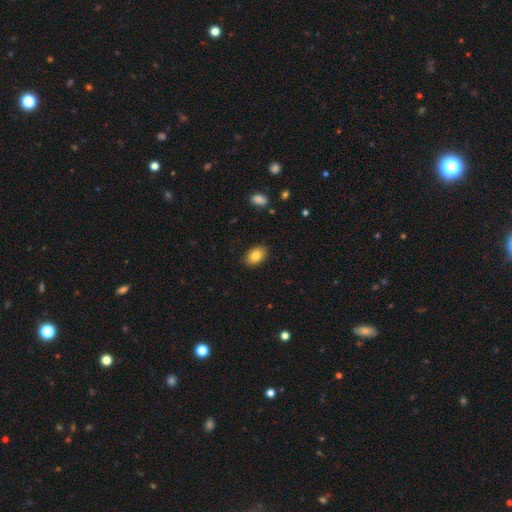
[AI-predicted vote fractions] This appears to be a smooth galaxy with no disk features (83%) that is in between round and cigar-shaped (87%). Merging: none (88%).